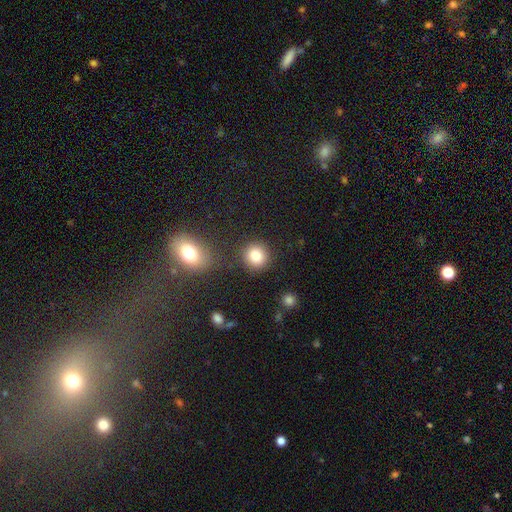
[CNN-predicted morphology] Smooth or featured? Predicted: smooth (p=0.83). How rounded? Predicted: round (p=0.89). Merging? Predicted: none (p=0.86).